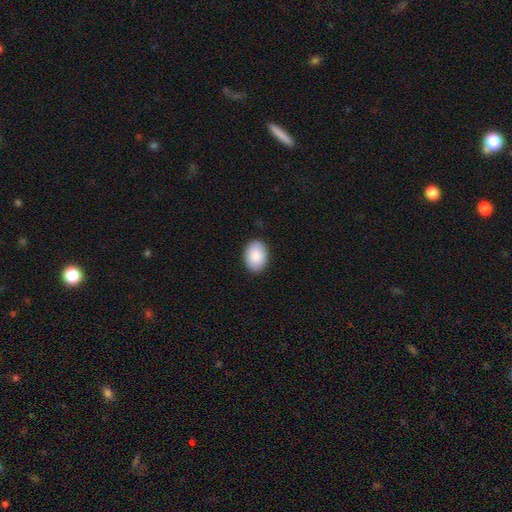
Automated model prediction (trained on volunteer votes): A smooth galaxy with no disk features (89%) that is in between round and cigar-shaped (82%).

Vote fractions:
- Smooth or featured? smooth: 89% / star or artifact: 6% / featured or disk: 5%
- How rounded? in between: 82% / round: 17% / cigar-shaped: 1%
- Merging? none: 89% / minor disturbance: 8% / major disturbance: 2% / merger: 1%